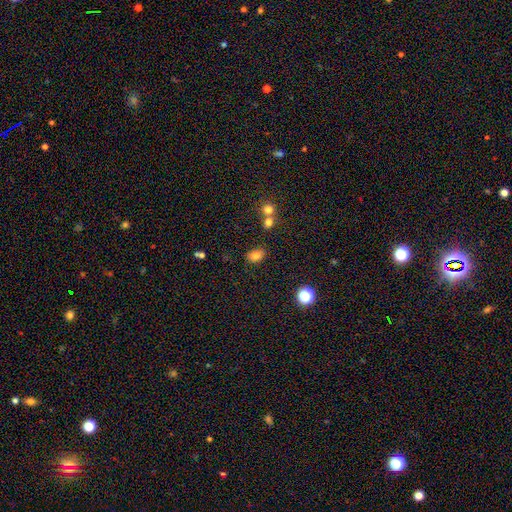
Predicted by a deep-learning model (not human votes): This is likely a smooth galaxy (78%). How rounded: likely in between (77%). Merging: likely none (79%).